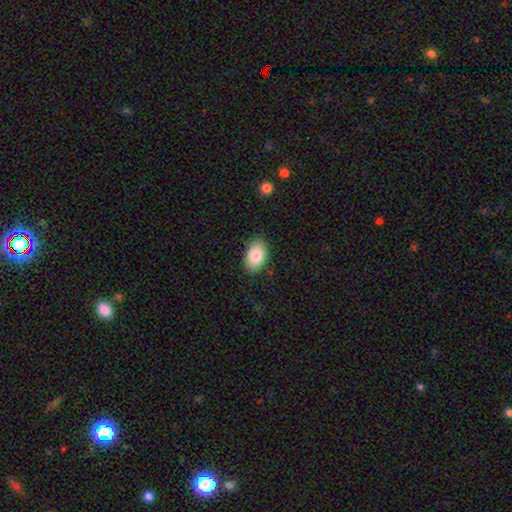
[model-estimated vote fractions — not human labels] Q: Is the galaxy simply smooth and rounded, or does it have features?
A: smooth — 86%.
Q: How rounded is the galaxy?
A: in between — 91%.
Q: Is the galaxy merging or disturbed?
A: none — 85%.